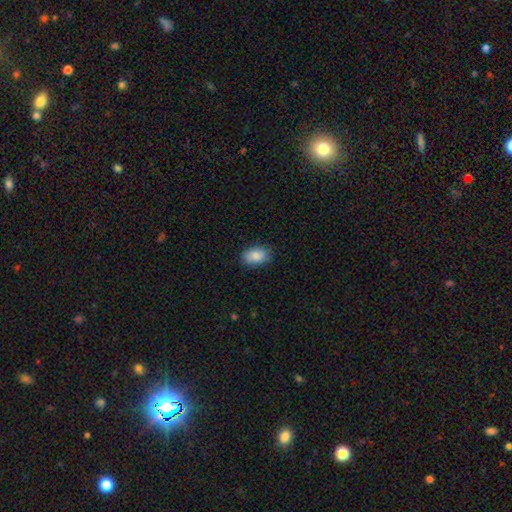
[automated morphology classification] Smooth or featured? Predicted: smooth (p=0.89). How rounded? Predicted: in between (p=0.91). Merging? Predicted: none (p=0.85).